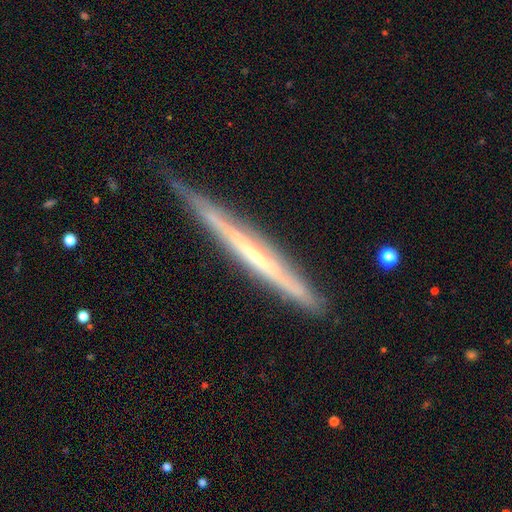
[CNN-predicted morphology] featured or disk 72%, smooth 22%, star or artifact 6%. Down the decision tree: edge-on disk — yes (95%); edge-on bulge — none (74%); merging — none (81%).